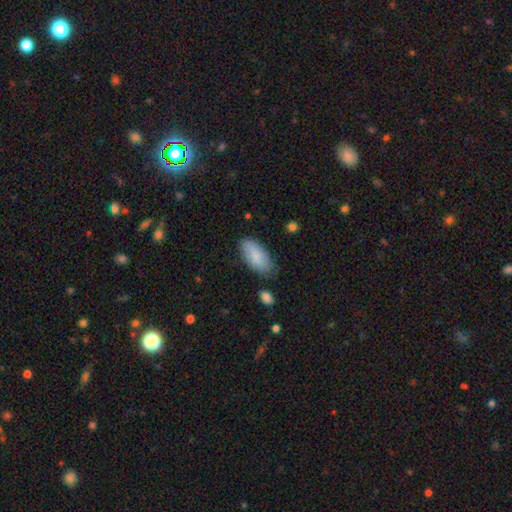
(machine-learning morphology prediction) Smooth or featured?
  - smooth: 84% *
  - featured or disk: 10%
  - star or artifact: 6%
How rounded?
  - in between: 90% *
  - cigar-shaped: 8%
  - round: 2%
Merging?
  - none: 76% *
  - minor disturbance: 18%
  - major disturbance: 4%
  - merger: 3%